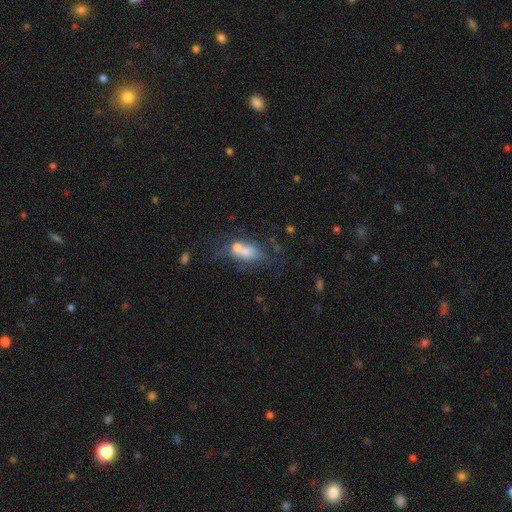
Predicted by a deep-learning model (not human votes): Morphology: type=smooth (54%); roundness=in between (68%); merging=merger (36%).